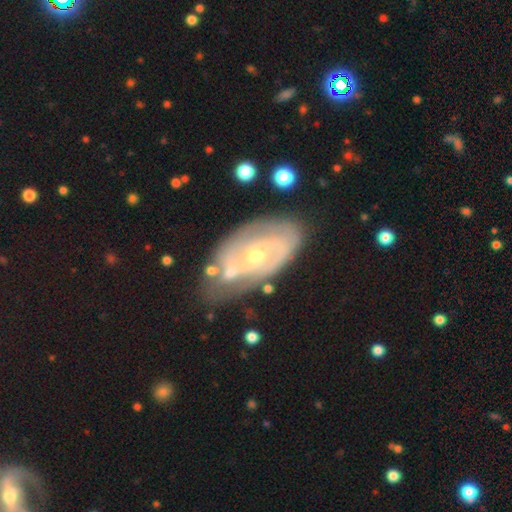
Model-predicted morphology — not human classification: featured or disk 82%, smooth 13%, star or artifact 6%. Down the decision tree: edge-on disk — no (95%); bar — no (60%); spiral arms — yes (83%); spiral arm count — 2 (61%); spiral winding — tight (51%); bulge size — small (51%); merging — none (66%).